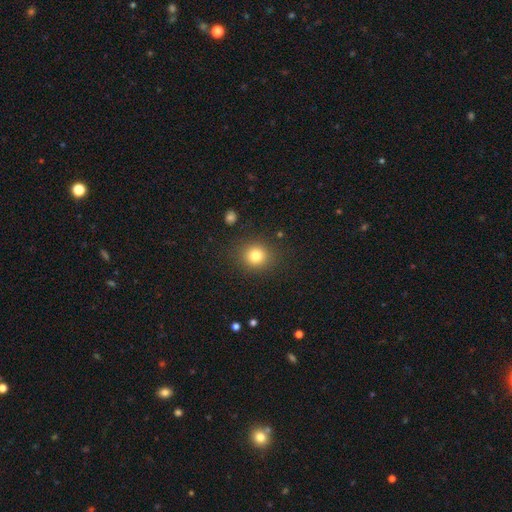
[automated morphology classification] Smooth or featured?
  - smooth: 82% *
  - star or artifact: 12%
  - featured or disk: 7%
How rounded?
  - round: 85% *
  - in between: 14%
  - cigar-shaped: 1%
Merging?
  - none: 87% *
  - minor disturbance: 8%
  - major disturbance: 3%
  - merger: 2%